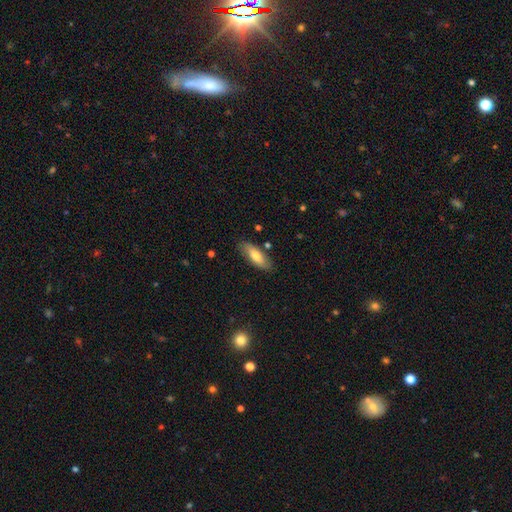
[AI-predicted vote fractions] The model was most divided on "how rounded": in between: 71%, cigar-shaped: 27%, round: 2%. More confident: merging — none (82%); smooth or featured — smooth (73%).